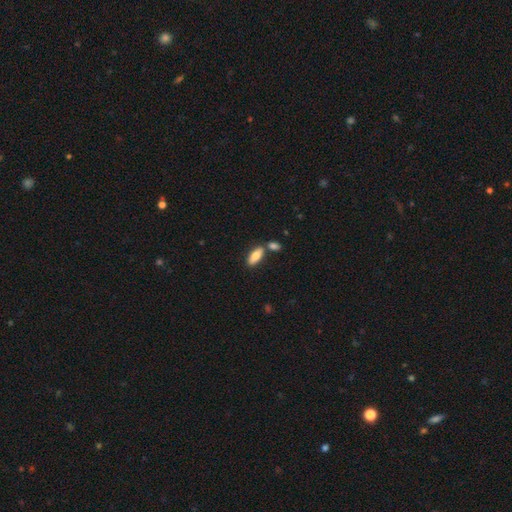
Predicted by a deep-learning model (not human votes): Smooth or featured? Predicted: smooth (p=0.76). How rounded? Predicted: in between (p=0.76). Merging? Predicted: none (p=0.69).